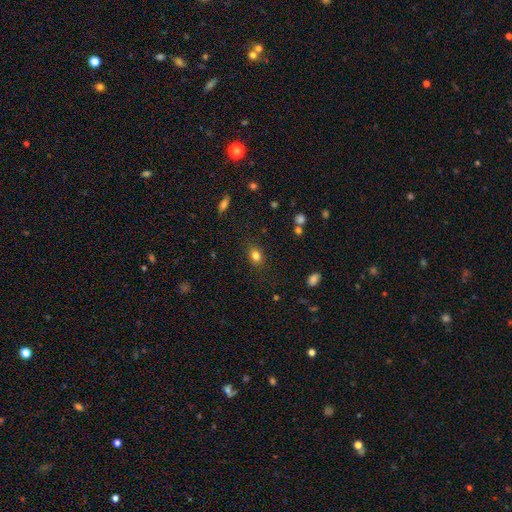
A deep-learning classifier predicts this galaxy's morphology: Smooth or featured? Predicted: smooth (p=0.82). How rounded? Predicted: in between (p=0.57). Merging? Predicted: none (p=0.84).